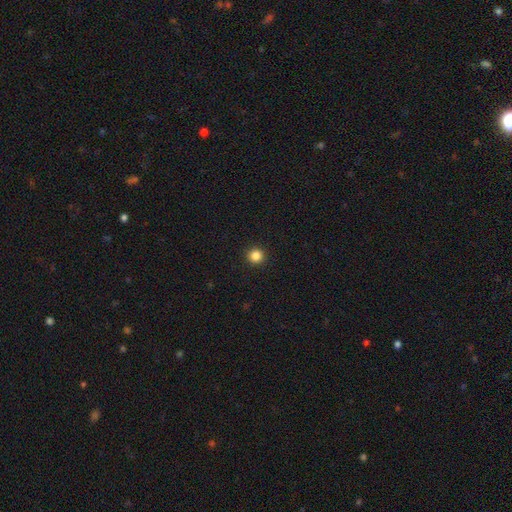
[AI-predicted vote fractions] This is clearly a smooth galaxy (85%). How rounded: clearly round (95%). Merging: clearly none (93%).